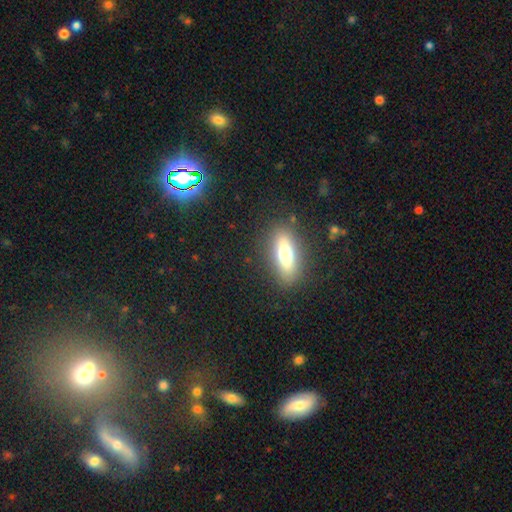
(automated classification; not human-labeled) Q: Smooth or featured?
A: smooth (48%); runner-up: featured or disk (30%)
Q: Merging?
A: none (85%); runner-up: minor disturbance (9%)